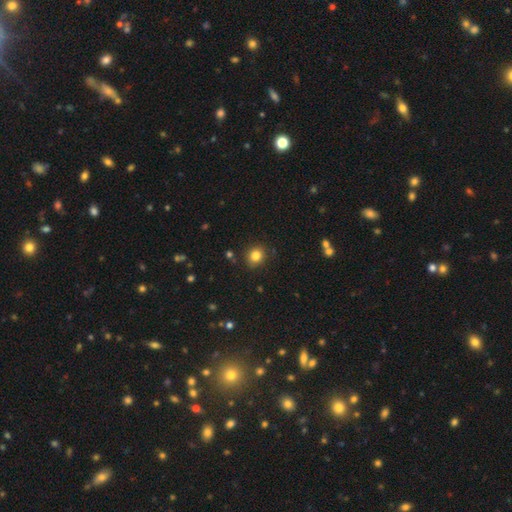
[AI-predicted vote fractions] A smooth galaxy with no disk features (83%) that is round (80%).

Vote fractions:
- Smooth or featured? smooth: 83% / star or artifact: 12% / featured or disk: 6%
- How rounded? round: 80% / in between: 19% / cigar-shaped: 1%
- Merging? none: 88% / minor disturbance: 8% / major disturbance: 2% / merger: 2%